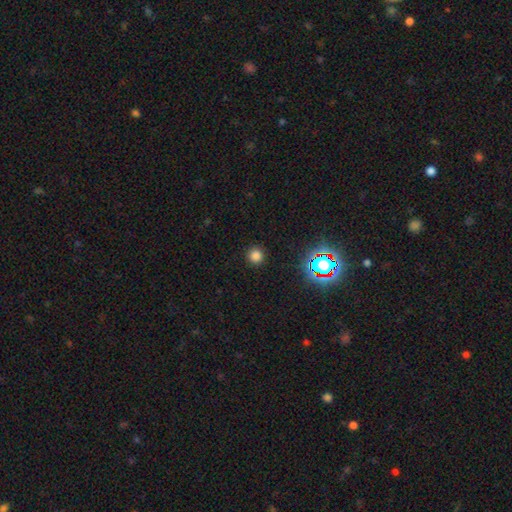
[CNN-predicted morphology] smooth 77%, star or artifact 18%, featured or disk 4%. Down the decision tree: how rounded — round (94%); merging — none (91%).